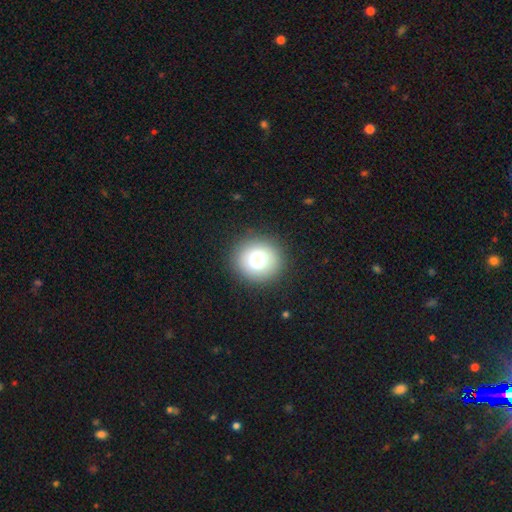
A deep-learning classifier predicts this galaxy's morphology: smooth-or-featured: smooth: 74% | star or artifact: 14% | featured or disk: 12%
  how-rounded: round: 92% | in between: 7% | cigar-shaped: 1%
  merging: none: 90% | minor disturbance: 6% | major disturbance: 3% | merger: 1%